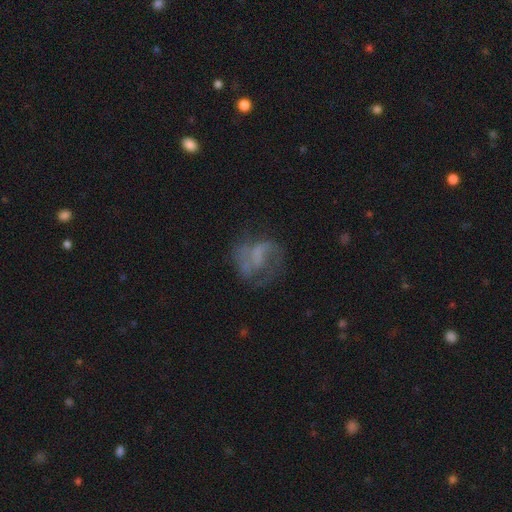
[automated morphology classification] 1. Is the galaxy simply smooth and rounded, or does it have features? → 62% featured or disk, 25% smooth, 13% star or artifact.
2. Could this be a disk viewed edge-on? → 98% no, 2% yes.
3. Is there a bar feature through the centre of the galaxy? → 55% no, 34% weak, 12% strong.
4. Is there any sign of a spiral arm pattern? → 64% yes, 36% no.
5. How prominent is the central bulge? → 64% none, 16% small, 13% moderate, 5% large, 1% dominant.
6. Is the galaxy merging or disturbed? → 47% none, 29% major disturbance, 20% minor disturbance, 3% merger.